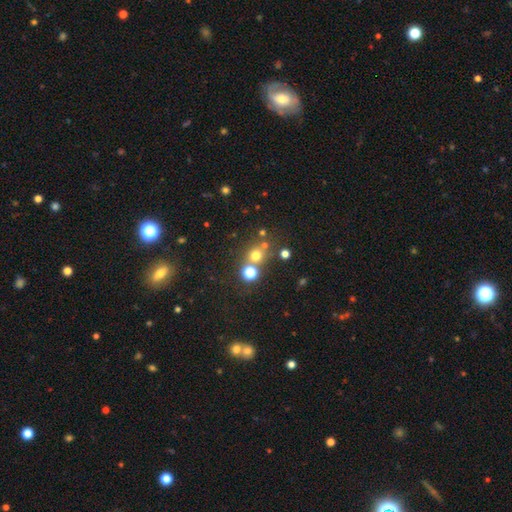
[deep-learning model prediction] Smooth or featured?
  - smooth: 63% *
  - star or artifact: 26%
  - featured or disk: 11%
How rounded?
  - round: 85% *
  - in between: 14%
  - cigar-shaped: 1%
Merging?
  - none: 65% *
  - merger: 22%
  - minor disturbance: 9%
  - major disturbance: 5%